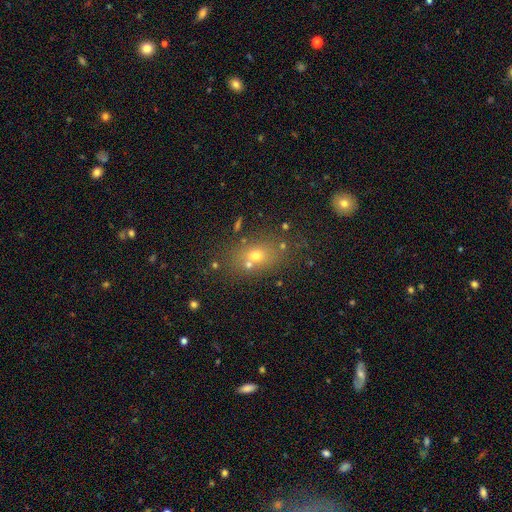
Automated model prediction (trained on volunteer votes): Smooth or featured? Predicted: smooth (p=0.61). How rounded? Predicted: in between (p=0.58). Merging? Predicted: none (p=0.59).